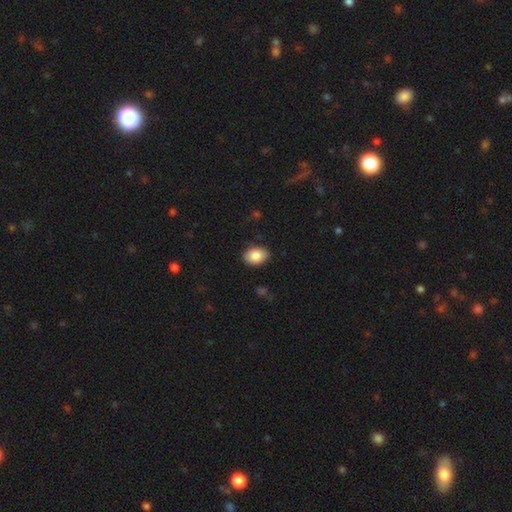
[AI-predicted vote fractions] Q: Smooth or featured?
A: smooth (86%); runner-up: star or artifact (7%)
Q: How rounded?
A: in between (79%); runner-up: round (20%)
Q: Merging?
A: none (86%); runner-up: minor disturbance (11%)